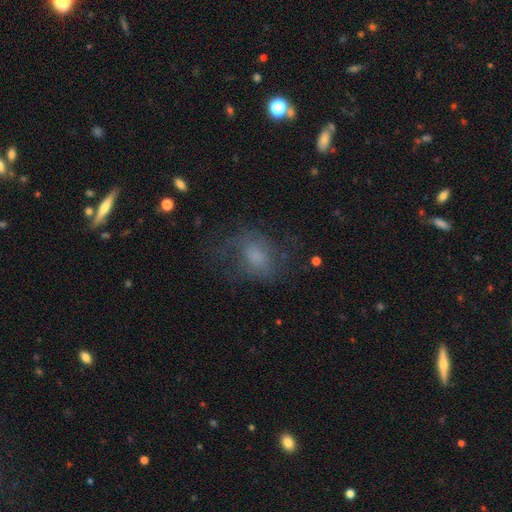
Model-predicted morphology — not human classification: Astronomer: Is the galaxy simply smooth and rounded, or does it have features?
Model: smooth — 47% (runner-up: featured or disk, 39%).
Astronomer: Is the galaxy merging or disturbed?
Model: none — 50% (runner-up: major disturbance, 27%).